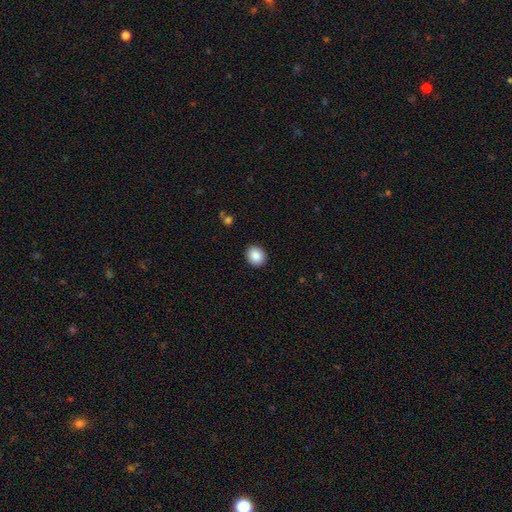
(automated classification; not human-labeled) This appears to be a smooth galaxy with no disk features (88%) that is round (66%). Merging: none (91%).